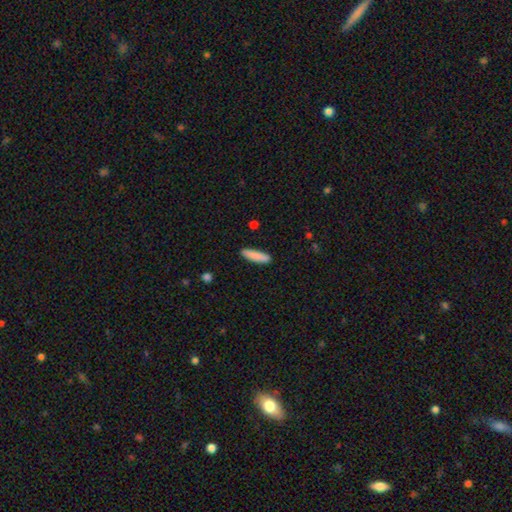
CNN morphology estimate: The model was most divided on "how rounded": cigar-shaped: 75%, in between: 23%, round: 1%. More confident: merging — none (89%); smooth or featured — smooth (87%).